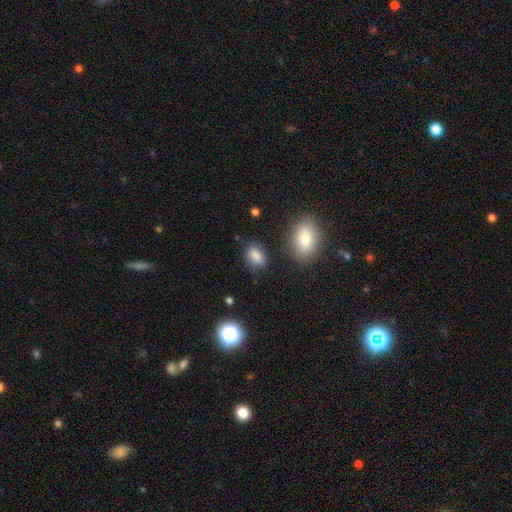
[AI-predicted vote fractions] A smooth galaxy with no disk features (82%) that is in between round and cigar-shaped (85%). Merging: none (73%).